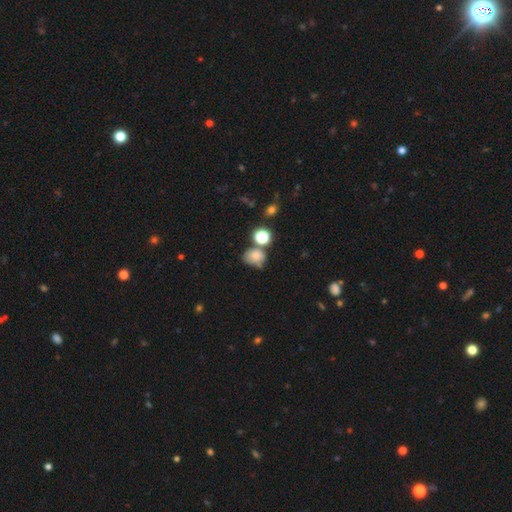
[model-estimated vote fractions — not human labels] This is likely a smooth galaxy (74%). How rounded: possibly in between (51%). Merging: marginally none (44%).